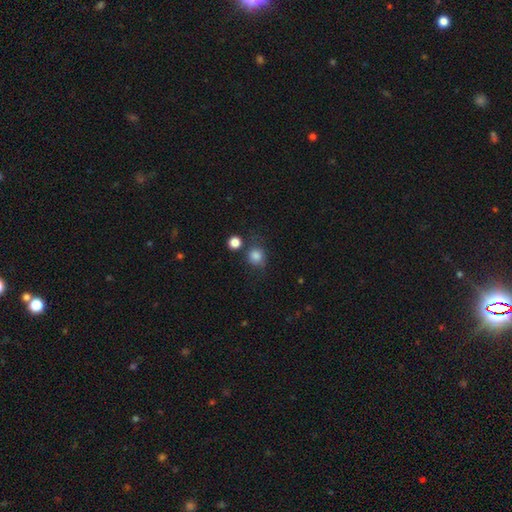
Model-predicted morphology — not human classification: This appears to be a smooth galaxy with no disk features (83%) that is round (78%). Merging: none (64%).